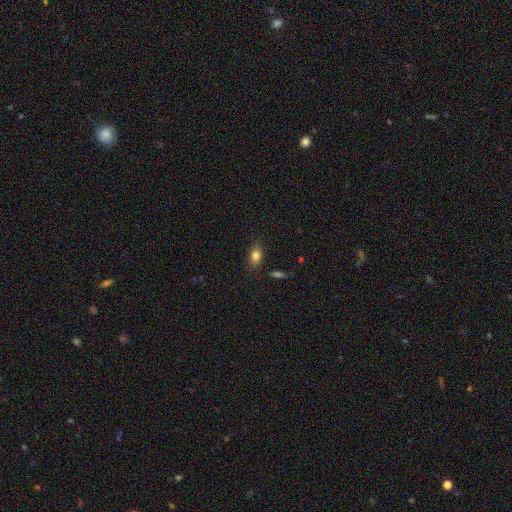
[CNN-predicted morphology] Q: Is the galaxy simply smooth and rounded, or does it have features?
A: smooth — 81%.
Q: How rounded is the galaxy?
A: in between — 84%.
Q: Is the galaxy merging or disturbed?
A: none — 82%.